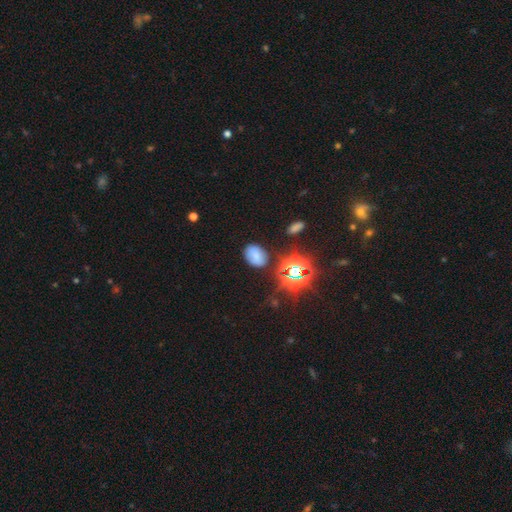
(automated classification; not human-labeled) smooth_or_featured: smooth (p=0.64) [alt: star or artifact p=0.21]
how_rounded: in between (p=0.75) [alt: round p=0.24]
merging: none (p=0.77) [alt: minor disturbance p=0.15]